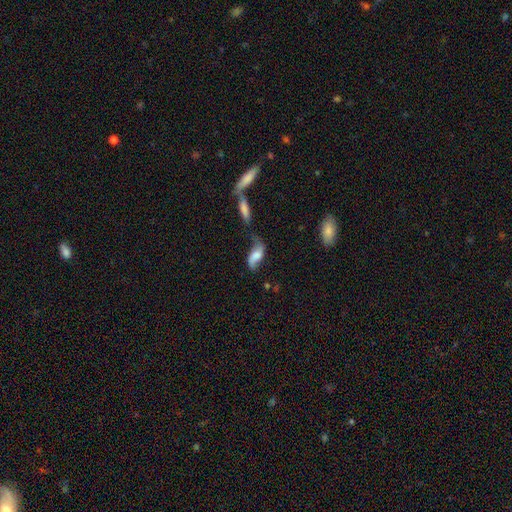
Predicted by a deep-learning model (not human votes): Morphology: type=featured or disk (52%); edge-on=no (89%); merging=none (38%).